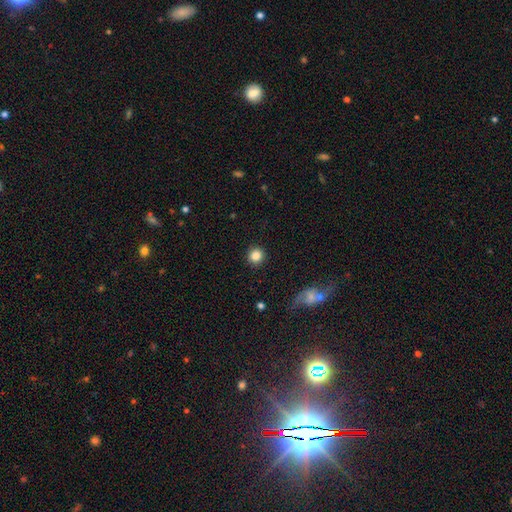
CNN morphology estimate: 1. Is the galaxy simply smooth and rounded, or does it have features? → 84% smooth, 10% star or artifact, 6% featured or disk.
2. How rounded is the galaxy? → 94% round, 5% in between, 1% cigar-shaped.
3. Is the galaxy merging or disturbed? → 91% none, 5% minor disturbance, 2% major disturbance, 1% merger.